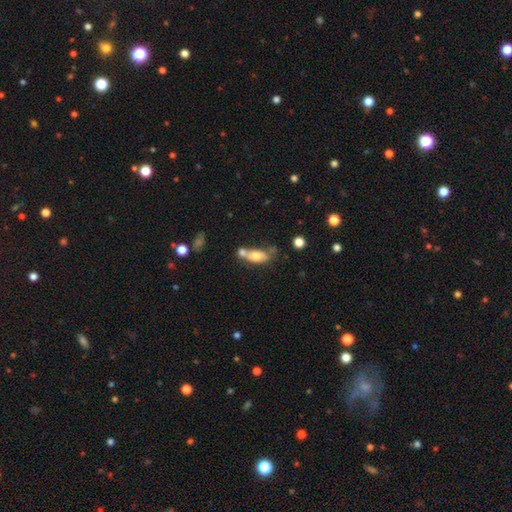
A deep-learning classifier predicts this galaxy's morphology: smooth_or_featured: smooth (p=0.64) [alt: featured or disk p=0.28]
how_rounded: in between (p=0.78) [alt: cigar-shaped p=0.17]
merging: merger (p=0.44) [alt: none p=0.31]